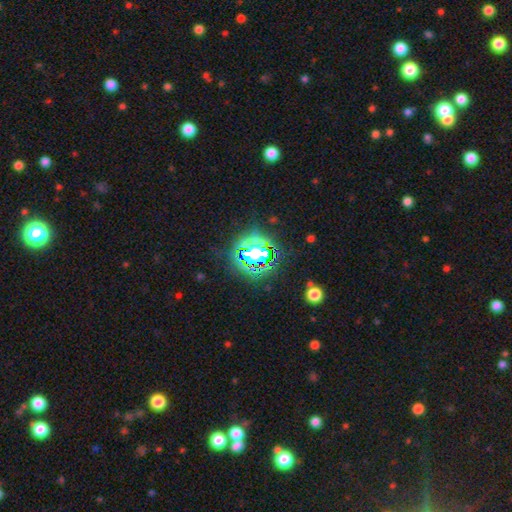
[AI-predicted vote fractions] Smooth or featured: star or artifact — 65% (smooth — 24%)